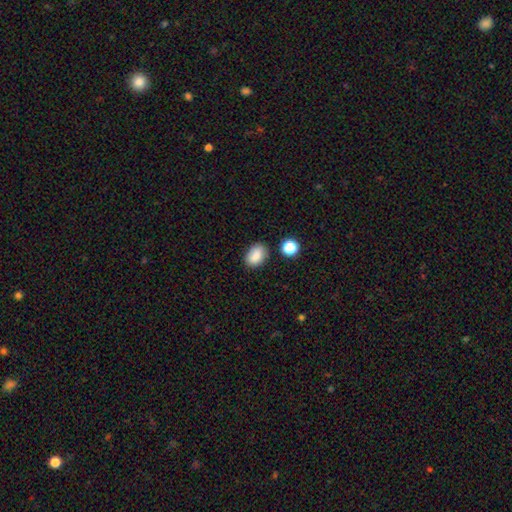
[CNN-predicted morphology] Smooth or featured? Predicted: smooth (p=0.86). How rounded? Predicted: in between (p=0.81). Merging? Predicted: none (p=0.79).